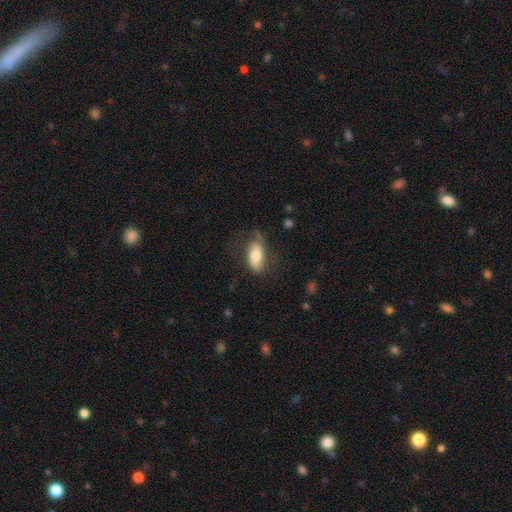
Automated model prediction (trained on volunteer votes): smooth 69%, featured or disk 24%, star or artifact 6%. Down the decision tree: how rounded — in between (84%); merging — none (58%).